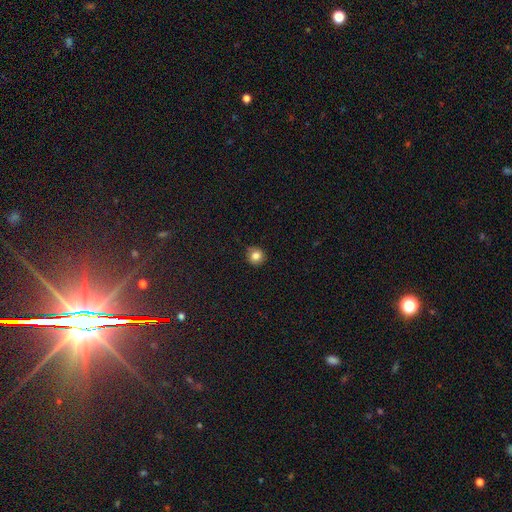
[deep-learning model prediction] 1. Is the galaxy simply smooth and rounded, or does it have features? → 83% smooth, 11% star or artifact, 6% featured or disk.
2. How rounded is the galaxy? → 92% round, 7% in between, 1% cigar-shaped.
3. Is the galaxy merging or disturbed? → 84% none, 13% minor disturbance, 2% major disturbance, 1% merger.